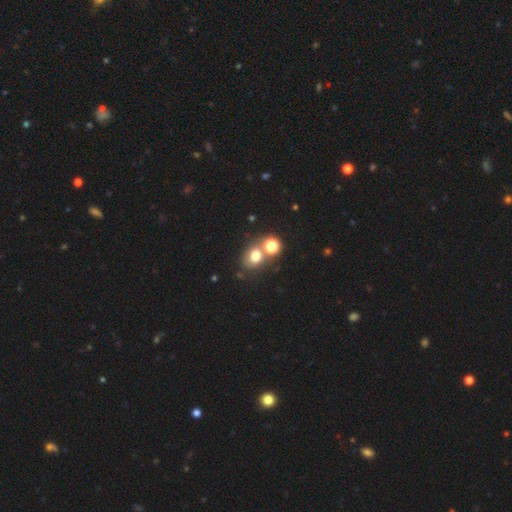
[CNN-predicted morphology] This is likely a smooth galaxy (72%). How rounded: likely round (63%). Merging: possibly none (52%).